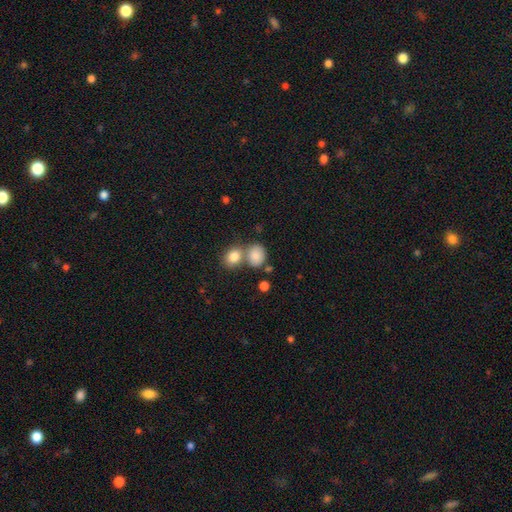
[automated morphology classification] This appears to be a smooth galaxy with no disk features (85%) that is round (51%). Merging: merger (44%).